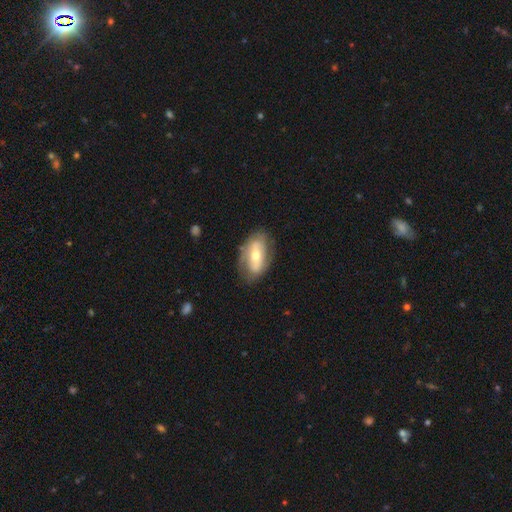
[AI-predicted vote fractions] smooth-or-featured: featured or disk: 54% | smooth: 39% | star or artifact: 6%
  disk-edge-on: no: 87% | yes: 13%
  merging: none: 74% | minor disturbance: 18% | major disturbance: 6% | merger: 2%